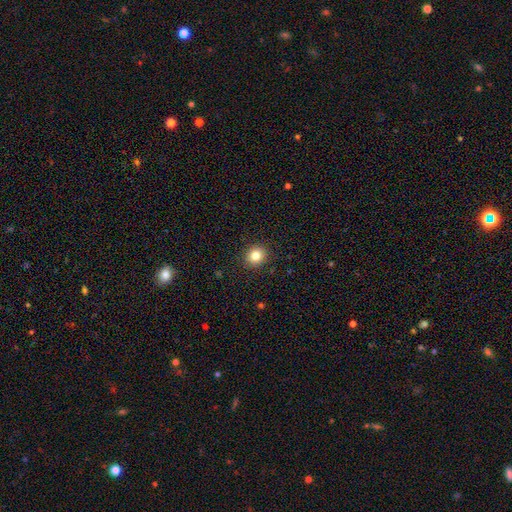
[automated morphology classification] smooth_or_featured: smooth (p=0.82) [alt: star or artifact p=0.11]
how_rounded: round (p=0.84) [alt: in between p=0.15]
merging: none (p=0.91) [alt: minor disturbance p=0.06]